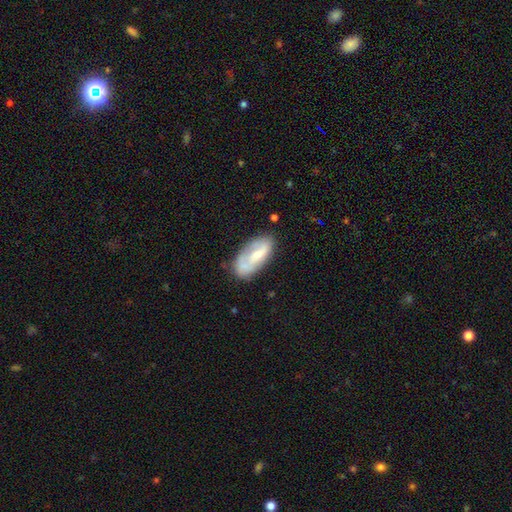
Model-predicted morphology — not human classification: Smooth or featured: featured or disk — 50% (smooth — 43%)
Edge-on disk: no — 89% (yes — 11%)
Merging: none — 65% (minor disturbance — 23%)